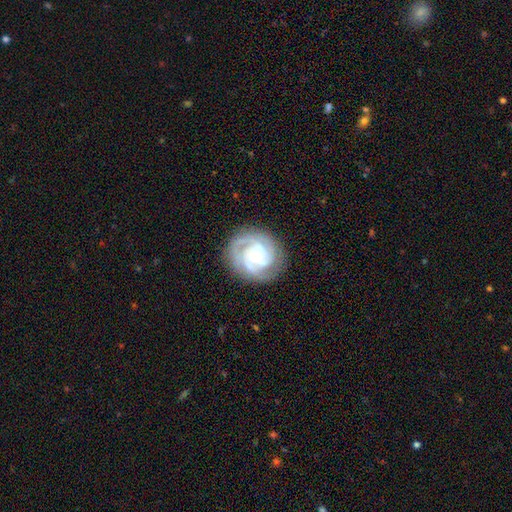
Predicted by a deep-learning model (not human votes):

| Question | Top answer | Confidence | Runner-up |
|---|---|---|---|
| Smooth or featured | featured or disk | 85% | smooth (9%) |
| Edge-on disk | no | 98% | yes (2%) |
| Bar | no | 69% | weak (24%) |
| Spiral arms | yes | 97% | no (3%) |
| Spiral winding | tight | 68% | medium (27%) |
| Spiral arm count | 3 | 38% | 2 (26%) |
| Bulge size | small | 70% | moderate (23%) |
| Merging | none | 79% | minor disturbance (14%) |